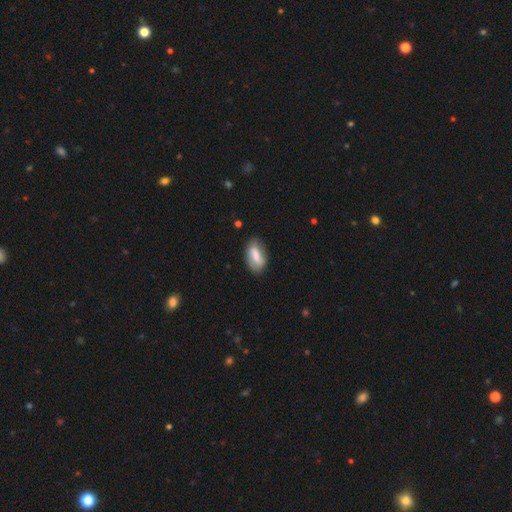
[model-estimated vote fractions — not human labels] smooth-or-featured: smooth: 64% | featured or disk: 29% | star or artifact: 7%
  how-rounded: in between: 90% | cigar-shaped: 6% | round: 4%
  merging: none: 72% | minor disturbance: 21% | major disturbance: 5% | merger: 2%